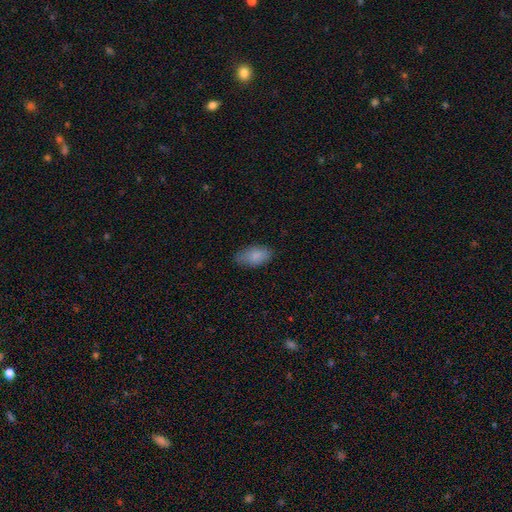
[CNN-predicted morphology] Smooth or featured: smooth — 85% (featured or disk — 8%)
How rounded: in between — 94% (round — 4%)
Merging: none — 79% (minor disturbance — 17%)